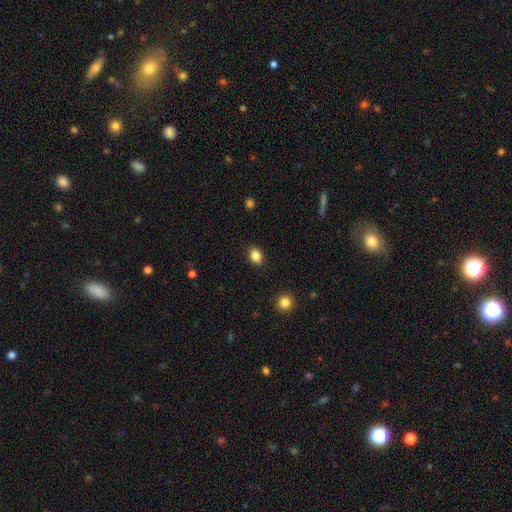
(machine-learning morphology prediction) The model was most divided on "how rounded": in between: 69%, round: 30%, cigar-shaped: 1%. More confident: merging — none (88%); smooth or featured — smooth (85%).